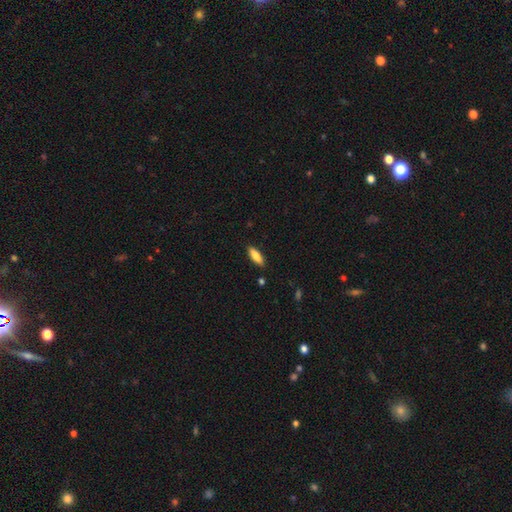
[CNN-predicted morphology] Smooth or featured? smooth (80%)
How rounded? in between (53%)
Merging? none (87%)